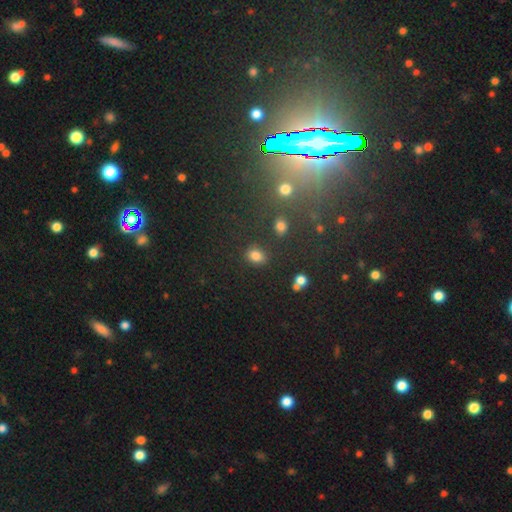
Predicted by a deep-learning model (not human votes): A smooth galaxy with no disk features (81%) that is in between round and cigar-shaped (64%). Merging: none (79%).